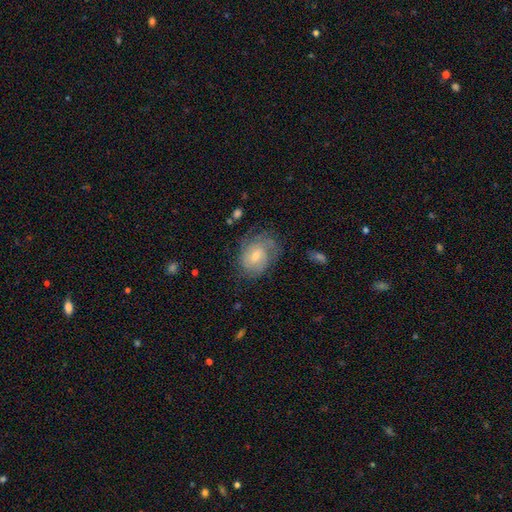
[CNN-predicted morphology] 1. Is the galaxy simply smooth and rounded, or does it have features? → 52% featured or disk, 40% smooth, 8% star or artifact.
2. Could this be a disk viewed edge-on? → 96% no, 4% yes.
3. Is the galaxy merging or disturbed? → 55% none, 27% minor disturbance, 16% major disturbance, 2% merger.